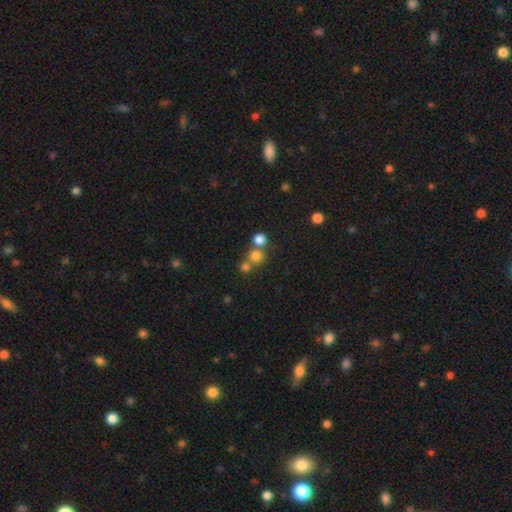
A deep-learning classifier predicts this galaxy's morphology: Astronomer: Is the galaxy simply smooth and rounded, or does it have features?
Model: smooth — 74%.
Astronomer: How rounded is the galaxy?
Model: round — 90%.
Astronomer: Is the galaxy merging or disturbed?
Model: none — 56% (runner-up: merger, 34%).